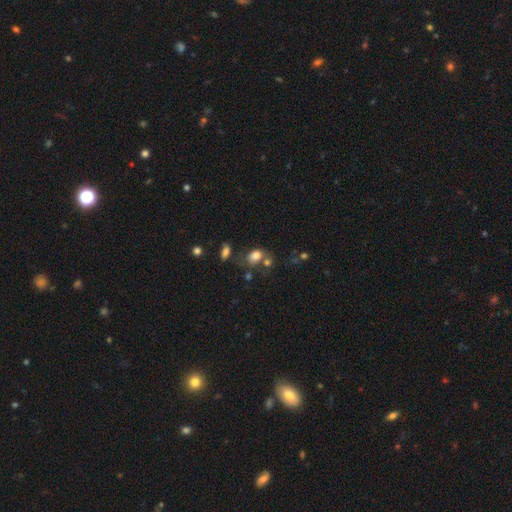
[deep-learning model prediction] The model was most divided on "merging": none: 49%, merger: 24%, minor disturbance: 18%, major disturbance: 10%. More confident: smooth or featured — smooth (77%); how rounded — in between (65%).